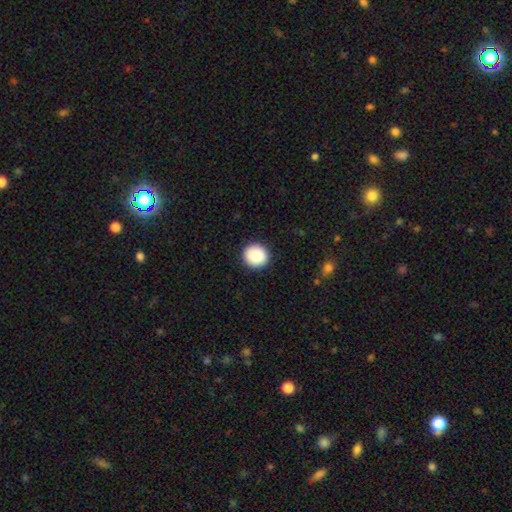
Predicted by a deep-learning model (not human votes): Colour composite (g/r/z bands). It shows a smooth galaxy with no disk features (87%) that is round (93%). Merging: none (92%).